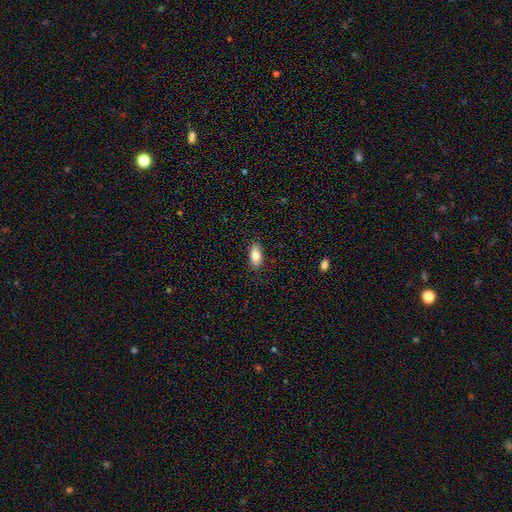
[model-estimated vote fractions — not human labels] smooth-or-featured: smooth: 82% | featured or disk: 11% | star or artifact: 7%
  how-rounded: in between: 90% | cigar-shaped: 7% | round: 3%
  merging: none: 87% | minor disturbance: 10% | major disturbance: 2% | merger: 1%